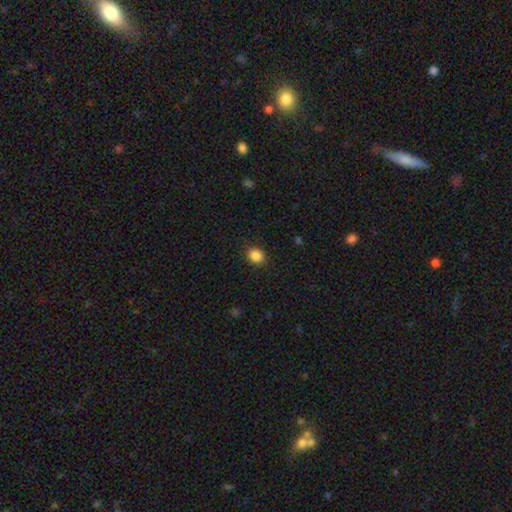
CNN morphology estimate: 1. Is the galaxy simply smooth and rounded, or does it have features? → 87% smooth, 10% star or artifact, 3% featured or disk.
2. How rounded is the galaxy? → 61% round, 38% in between, 1% cigar-shaped.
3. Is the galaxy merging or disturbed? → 88% none, 8% minor disturbance, 2% major disturbance, 1% merger.